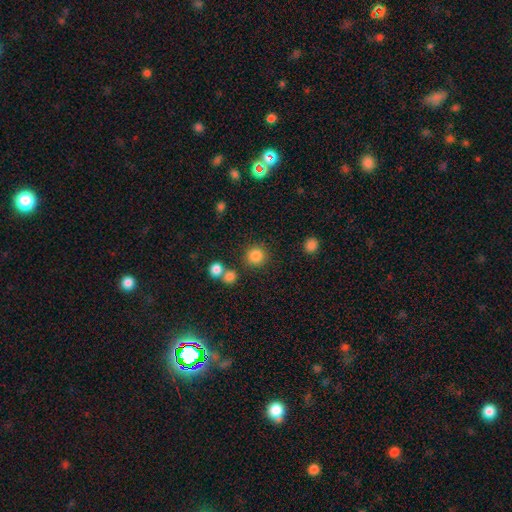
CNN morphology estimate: Smooth or featured: smooth — 84% (star or artifact — 12%)
How rounded: round — 93% (in between — 6%)
Merging: none — 83% (minor disturbance — 7%)